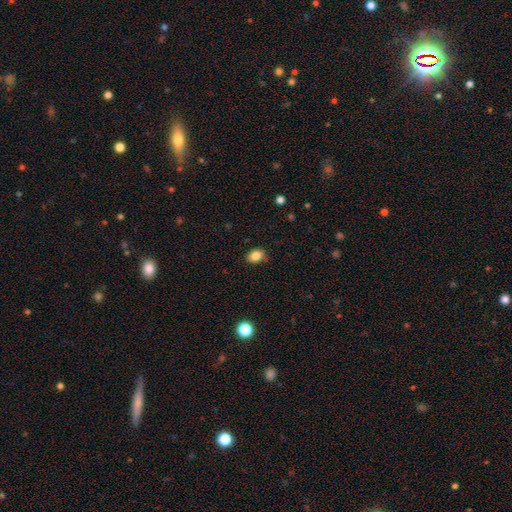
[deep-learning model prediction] A smooth galaxy with no disk features (85%) that is in between round and cigar-shaped (60%). Merging: none (82%).